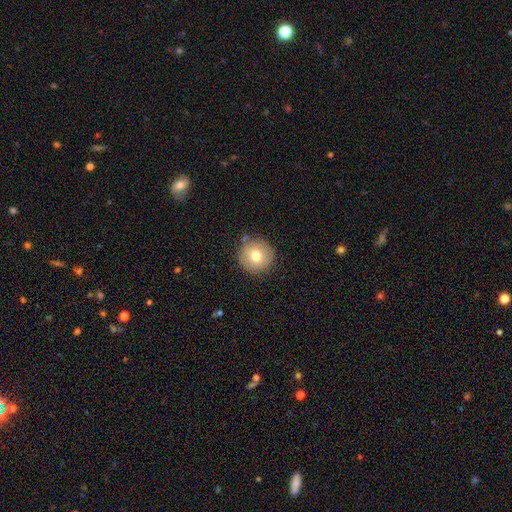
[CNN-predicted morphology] This is likely a smooth galaxy (74%). How rounded: clearly round (95%). Merging: clearly none (86%).